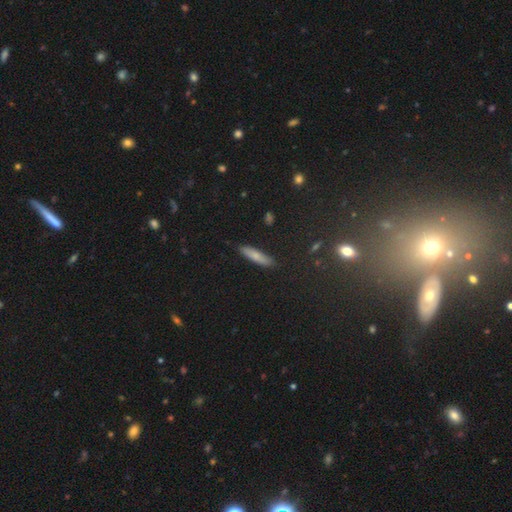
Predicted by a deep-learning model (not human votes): Morphology: type=smooth (75%); roundness=cigar-shaped (80%); merging=none (87%).